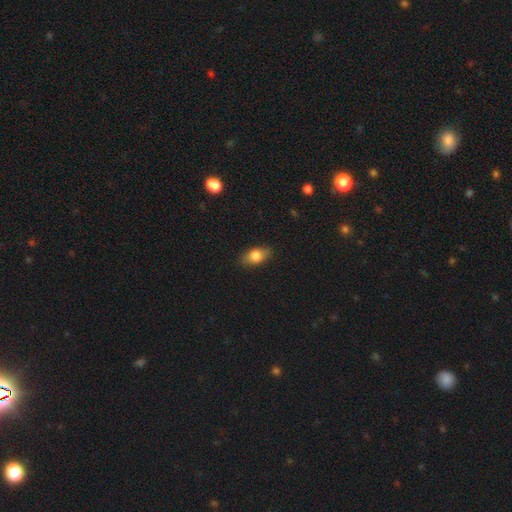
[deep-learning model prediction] Morphology: type=smooth (77%); roundness=in between (81%); merging=none (83%).